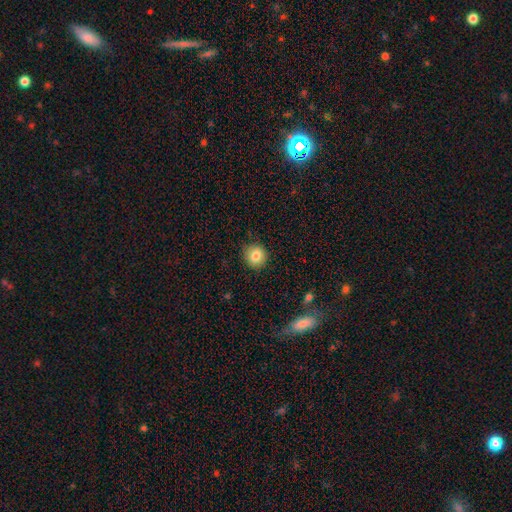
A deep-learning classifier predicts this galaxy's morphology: The model was most divided on "smooth or featured": smooth: 83%, star or artifact: 9%, featured or disk: 8%. More confident: how rounded — round (91%); merging — none (90%).